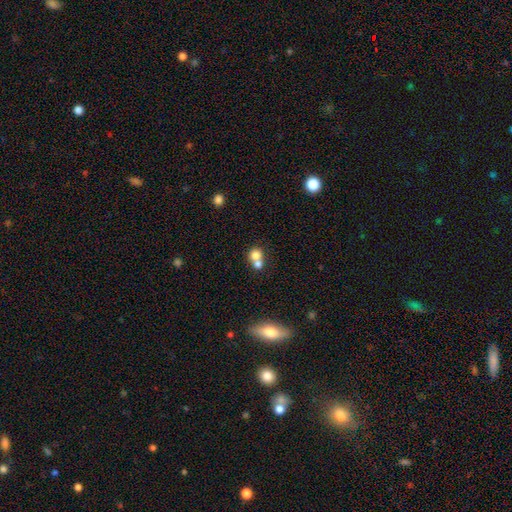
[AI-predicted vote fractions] Morphology: type=smooth (75%); roundness=round (80%); merging=merger (58%).